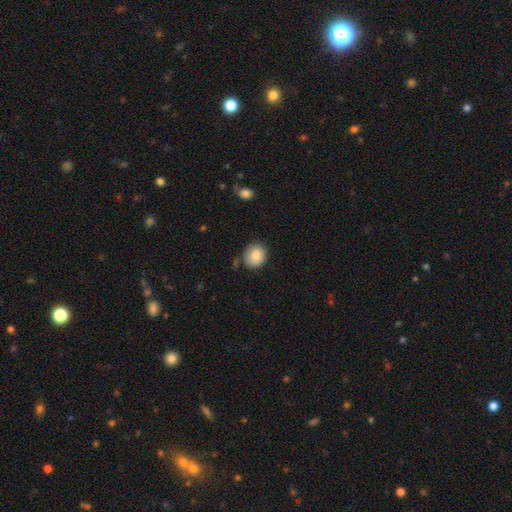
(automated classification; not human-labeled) Overall: smooth (85%). How rounded: round (71%). Merging: none (78%).